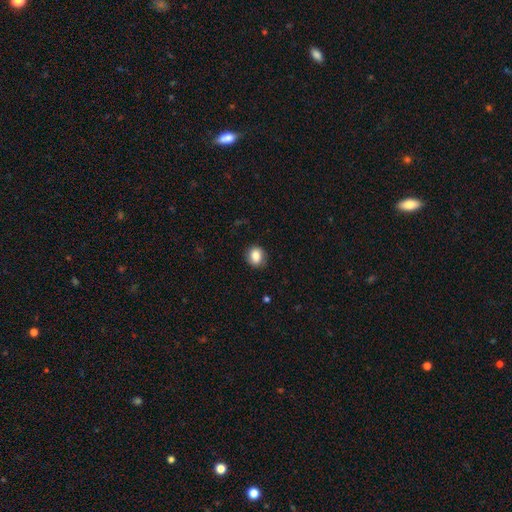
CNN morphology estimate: Smooth or featured? Predicted: smooth (p=0.84). How rounded? Predicted: round (p=0.61). Merging? Predicted: none (p=0.84).